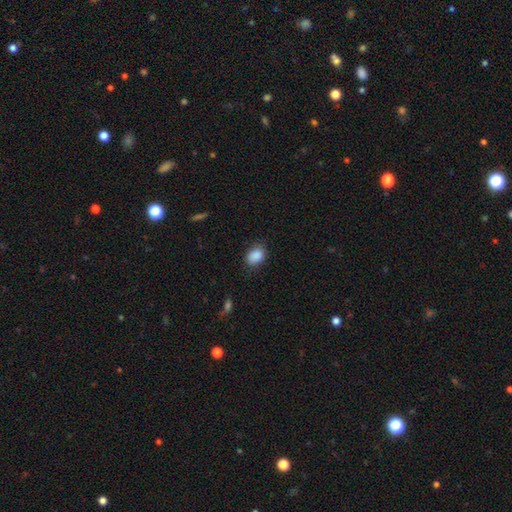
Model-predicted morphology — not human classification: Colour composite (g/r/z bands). It shows a smooth galaxy with no disk features (89%) that is in between round and cigar-shaped (73%). Merging: none (78%).